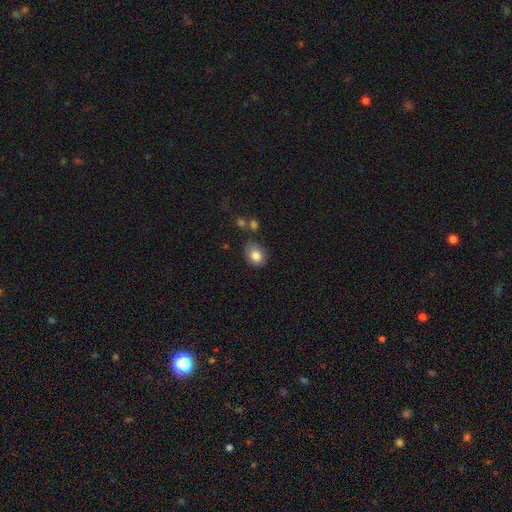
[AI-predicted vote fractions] Smooth or featured?
  - smooth: 83% *
  - featured or disk: 8%
  - star or artifact: 8%
How rounded?
  - in between: 58% *
  - round: 41%
  - cigar-shaped: 1%
Merging?
  - none: 75% *
  - minor disturbance: 16%
  - merger: 5%
  - major disturbance: 4%